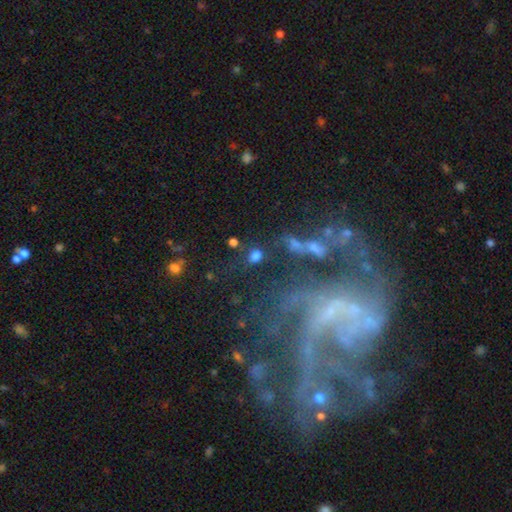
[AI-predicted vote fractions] Smooth or featured?
  - smooth: 71% *
  - star or artifact: 17%
  - featured or disk: 12%
How rounded?
  - round: 49% *
  - in between: 48%
  - cigar-shaped: 3%
Merging?
  - none: 65% *
  - minor disturbance: 14%
  - major disturbance: 11%
  - merger: 10%